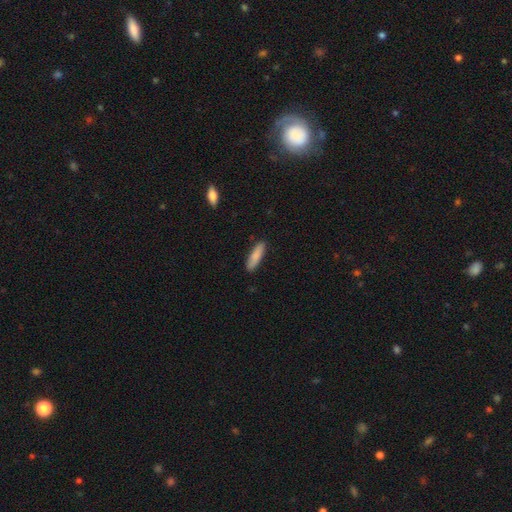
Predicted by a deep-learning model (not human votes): This appears to be a smooth galaxy with no disk features (86%) that is cigar-shaped (71%). Merging: none (89%).